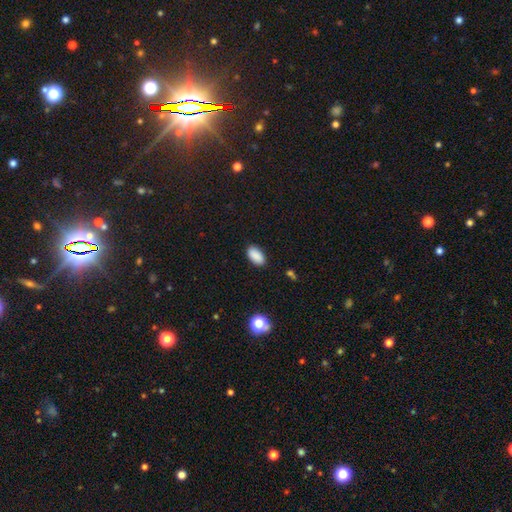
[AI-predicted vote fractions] Overall: smooth (89%). How rounded: in between (94%). Merging: none (88%).